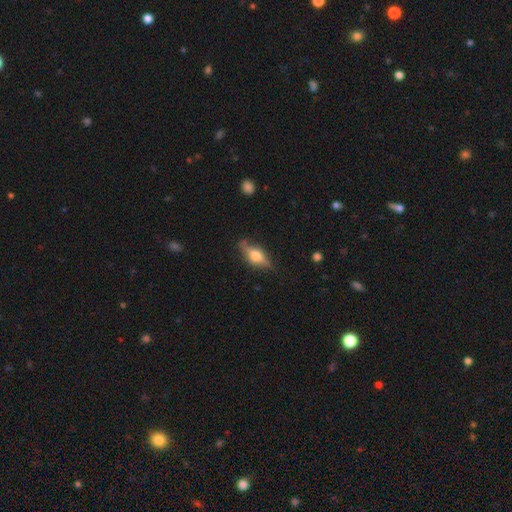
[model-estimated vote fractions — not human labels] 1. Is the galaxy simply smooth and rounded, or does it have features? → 53% featured or disk, 39% smooth, 8% star or artifact.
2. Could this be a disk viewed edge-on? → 86% yes, 14% no.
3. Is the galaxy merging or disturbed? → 73% none, 20% minor disturbance, 5% major disturbance, 2% merger.